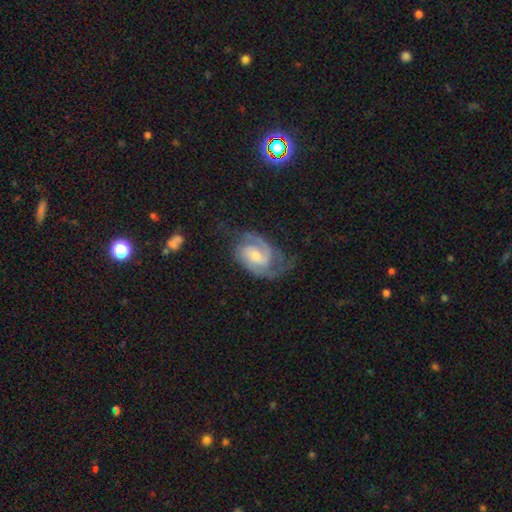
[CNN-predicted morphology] smooth_or_featured: featured or disk (p=0.86) [alt: smooth p=0.09]
disk_edge_on: no (p=0.97) [alt: yes p=0.03]
bar: no (p=0.47) [alt: weak p=0.44]
has_spiral_arms: yes (p=0.97) [alt: no p=0.03]
spiral_winding: medium (p=0.46) [alt: tight p=0.41]
spiral_arm_count: 2 (p=0.73) [alt: can't tell p=0.09]
bulge_size: moderate (p=0.49) [alt: small p=0.39]
merging: none (p=0.59) [alt: minor disturbance p=0.23]